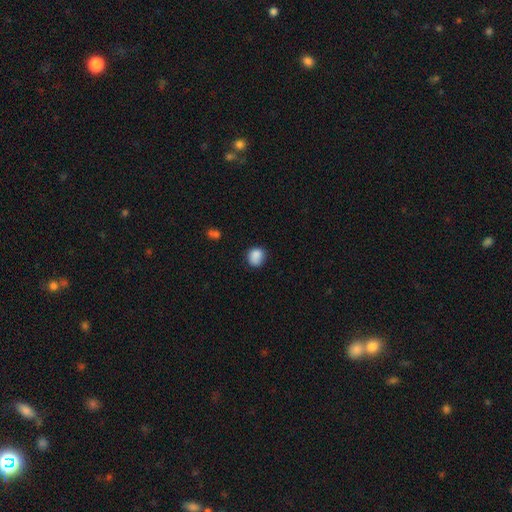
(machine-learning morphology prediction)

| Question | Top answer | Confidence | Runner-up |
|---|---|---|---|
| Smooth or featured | smooth | 86% | star or artifact (9%) |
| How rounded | round | 78% | in between (21%) |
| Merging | none | 69% | minor disturbance (23%) |